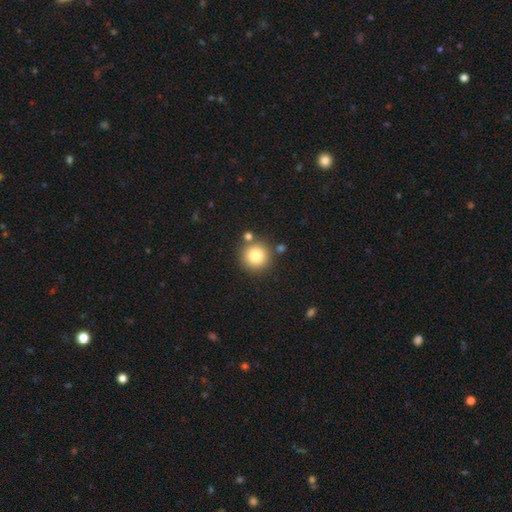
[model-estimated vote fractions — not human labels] smooth 82%, star or artifact 11%, featured or disk 7%. Down the decision tree: how rounded — round (94%); merging — none (80%).